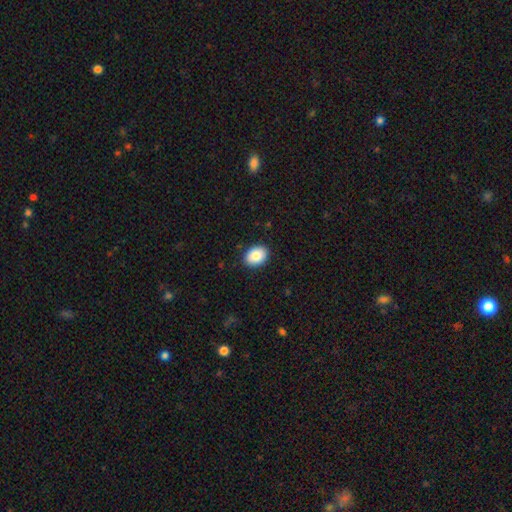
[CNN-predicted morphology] Smooth or featured: smooth — 87% (star or artifact — 7%)
How rounded: in between — 73% (round — 27%)
Merging: none — 89% (minor disturbance — 8%)